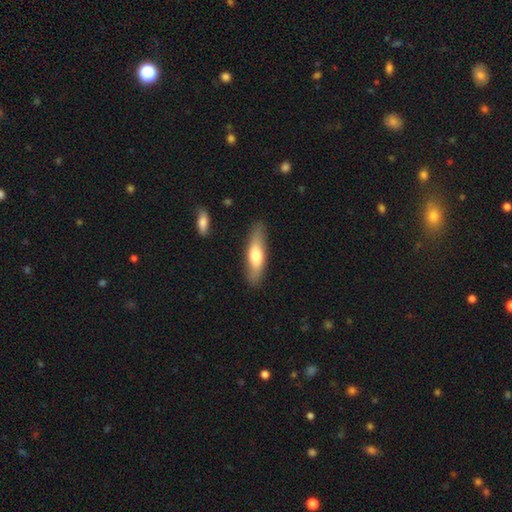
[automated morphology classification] smooth_or_featured: smooth (p=0.61) [alt: featured or disk p=0.33]
how_rounded: cigar-shaped (p=0.64) [alt: in between p=0.34]
merging: none (p=0.83) [alt: minor disturbance p=0.12]